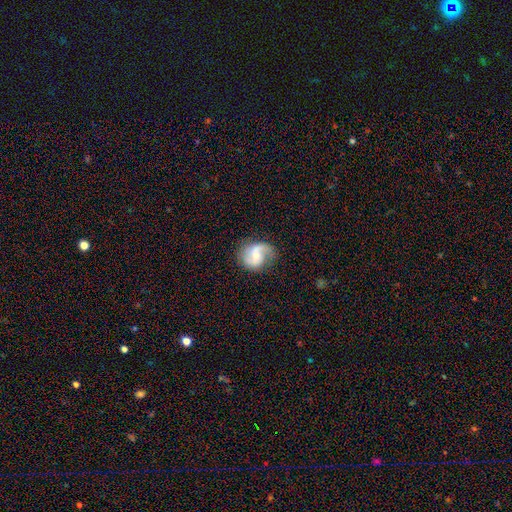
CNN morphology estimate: A featured or disk galaxy (77%) with a weak bar (47%), 2 (85%) medium (44%) spiral arms (95%) and a small central bulge (46%, tied with moderate).

Vote fractions:
- Smooth or featured? featured or disk: 77% / smooth: 17% / star or artifact: 6%
- Edge-on disk? no: 98% / yes: 2%
- Bar? weak: 47% / no: 39% / strong: 14%
- Spiral arms? yes: 95% / no: 5%
- Spiral winding? medium: 44% / loose: 42% / tight: 14%
- Spiral arm count? 2: 85% / 1: 8% / can't tell: 4% / 3: 1% / 4: 1% / more than 4: 1%
- Bulge size? small: 46% (tied) / moderate: 46% (tied) / none: 4% / large: 3% / dominant: 1%
- Merging? none: 73% / minor disturbance: 18% / major disturbance: 7% / merger: 1%